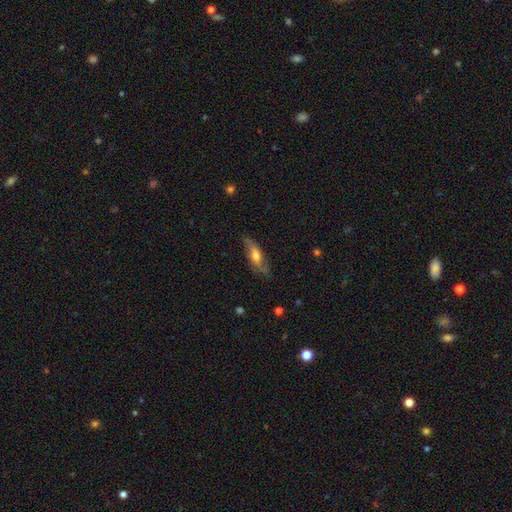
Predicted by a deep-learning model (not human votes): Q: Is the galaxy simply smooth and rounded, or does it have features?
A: featured or disk — 58%.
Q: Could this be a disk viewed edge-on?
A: no — 64%.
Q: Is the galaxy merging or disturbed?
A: none — 76%.